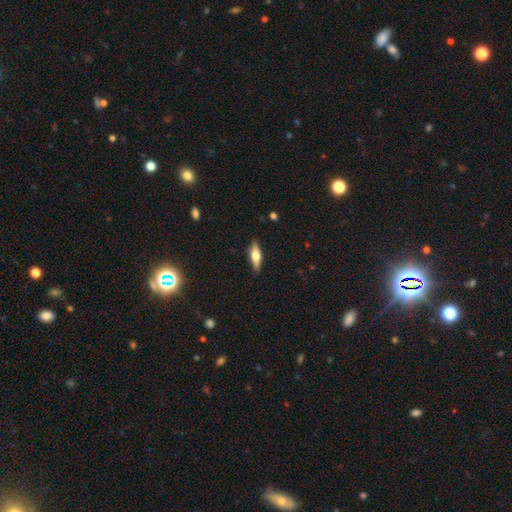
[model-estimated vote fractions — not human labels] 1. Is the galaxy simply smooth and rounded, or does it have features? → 51% featured or disk, 43% smooth, 7% star or artifact.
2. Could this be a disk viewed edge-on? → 93% yes, 7% no.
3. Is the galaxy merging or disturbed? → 86% none, 10% minor disturbance, 2% major disturbance, 1% merger.